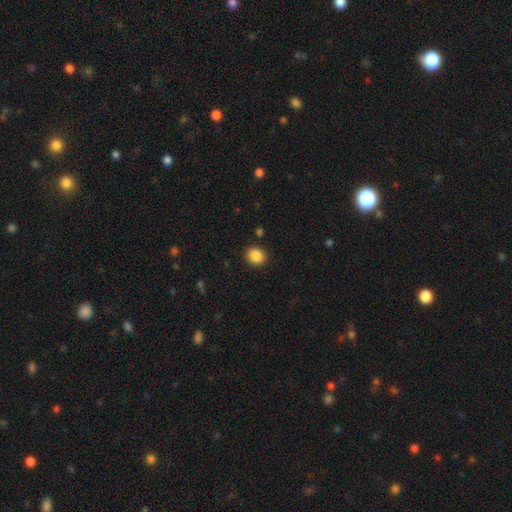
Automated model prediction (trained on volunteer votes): The model was most divided on "how rounded": round: 76%, in between: 23%, cigar-shaped: 1%. More confident: merging — none (90%); smooth or featured — smooth (88%).